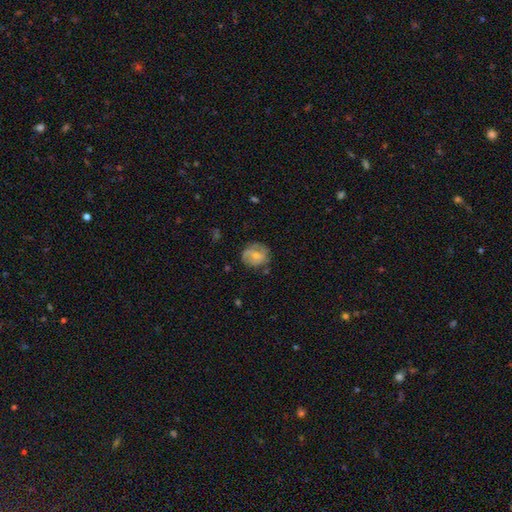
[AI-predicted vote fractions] Overall: featured or disk (54%; smooth 38%). Edge-on disk: no (97%). Bar: no (58%; weak 34%). Spiral arms: yes (77%). Bulge size: small (54%; moderate 36%). Merging: none (63%; minor disturbance 24%).